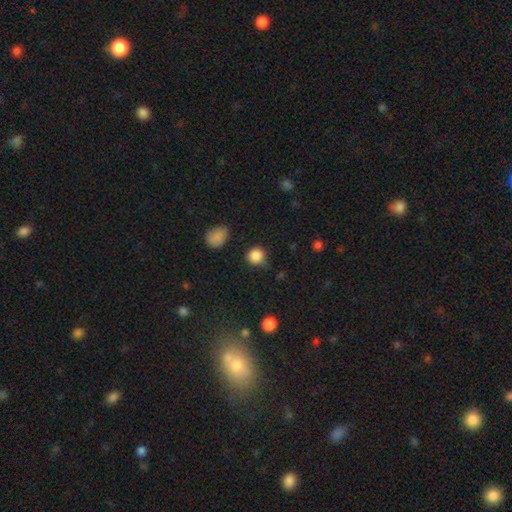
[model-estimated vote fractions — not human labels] This is clearly a smooth galaxy (86%). How rounded: clearly round (91%). Merging: likely none (78%).